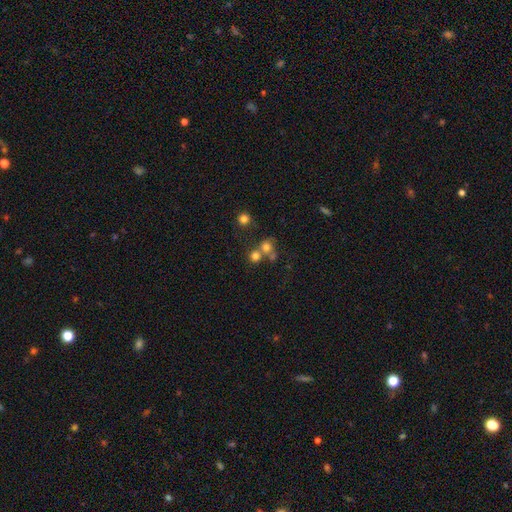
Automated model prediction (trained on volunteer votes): smooth_or_featured: smooth (p=0.72) [alt: star or artifact p=0.16]
how_rounded: round (p=0.85) [alt: in between p=0.14]
merging: none (p=0.46) [alt: merger p=0.43]